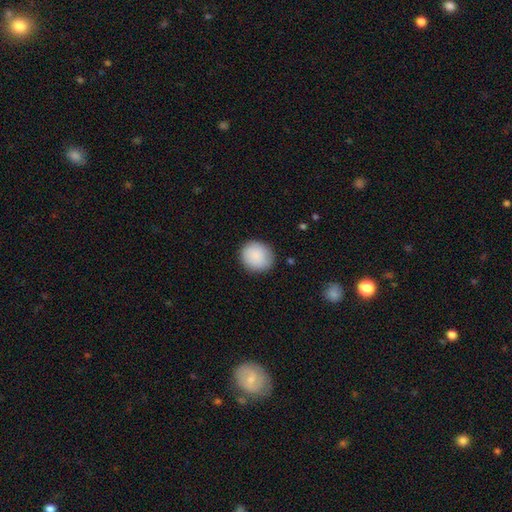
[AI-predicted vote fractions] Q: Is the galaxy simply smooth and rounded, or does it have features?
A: smooth — 89%.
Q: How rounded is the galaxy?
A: round — 83%.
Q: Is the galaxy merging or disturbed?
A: none — 86%.